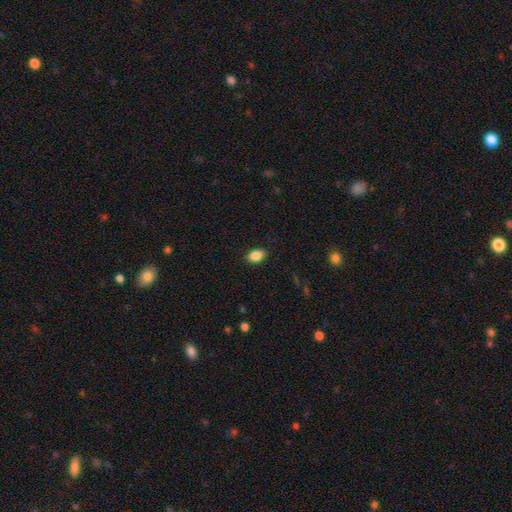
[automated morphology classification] A smooth galaxy with no disk features (85%) that is in between round and cigar-shaped (80%).

Vote fractions:
- Smooth or featured? smooth: 85% / star or artifact: 9% / featured or disk: 6%
- How rounded? in between: 80% / round: 18% / cigar-shaped: 2%
- Merging? none: 85% / minor disturbance: 12% / major disturbance: 2% / merger: 1%